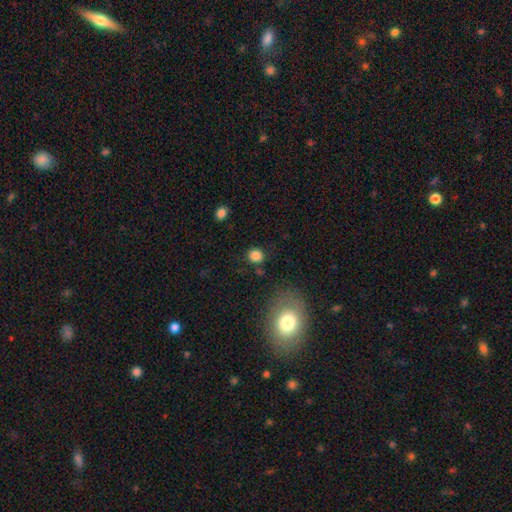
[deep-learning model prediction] This is clearly a smooth galaxy (84%). How rounded: clearly round (87%). Merging: clearly none (84%).